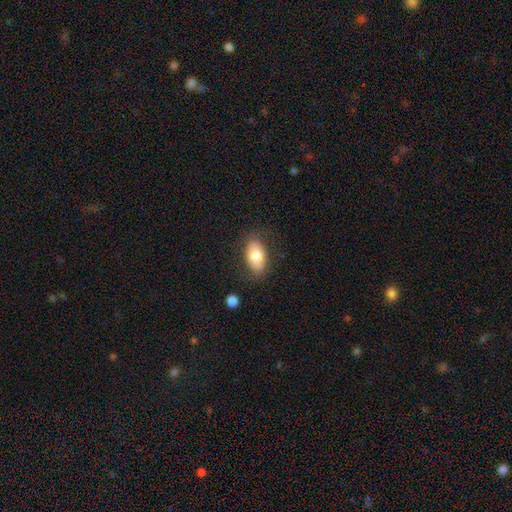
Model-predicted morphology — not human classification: type=smooth (75%); roundness=in between (91%); merging=none (79%).